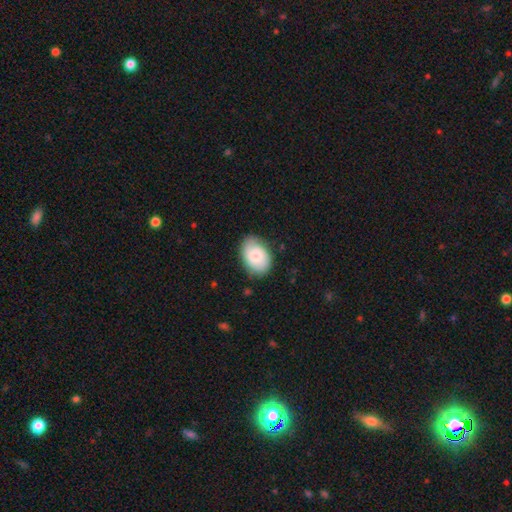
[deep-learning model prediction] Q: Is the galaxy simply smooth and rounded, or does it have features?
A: smooth — 58%.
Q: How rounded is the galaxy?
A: in between — 80%.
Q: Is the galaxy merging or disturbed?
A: none — 74%.